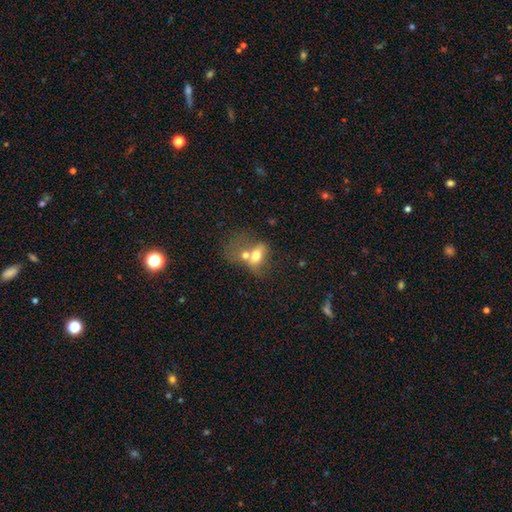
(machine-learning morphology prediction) A smooth galaxy with no disk features (65%) that is in between round and cigar-shaped (73%). Merging: merger (64%).